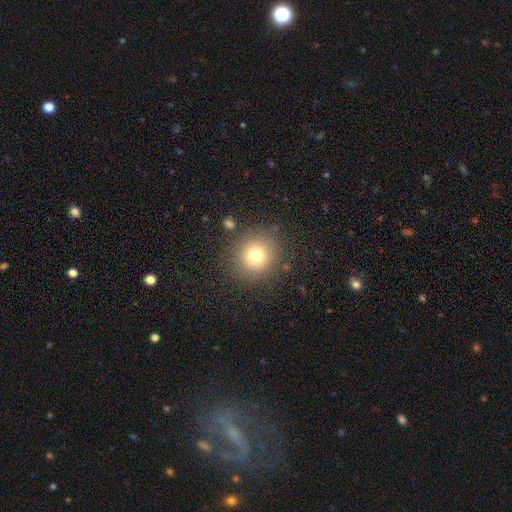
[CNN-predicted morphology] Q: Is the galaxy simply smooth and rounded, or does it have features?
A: smooth — 75%.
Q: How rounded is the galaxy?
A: round — 90%.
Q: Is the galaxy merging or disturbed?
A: none — 85%.